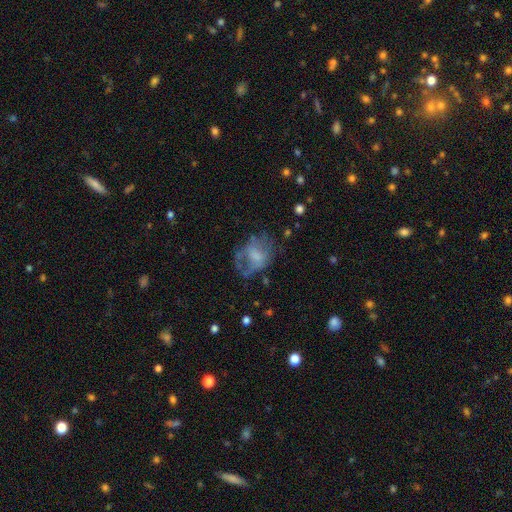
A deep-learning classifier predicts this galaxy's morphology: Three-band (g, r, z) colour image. It shows a featured or disk galaxy (46%). Merging: none (40%).